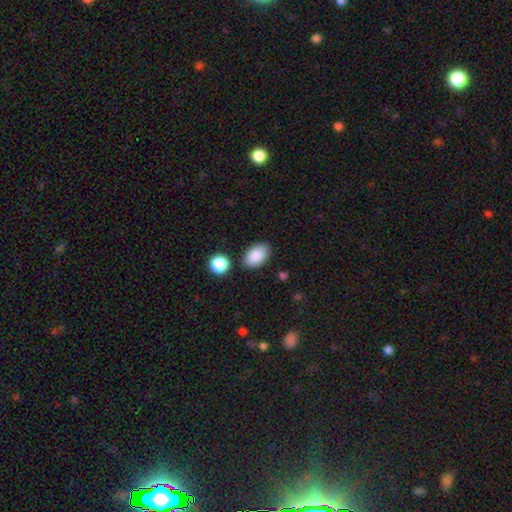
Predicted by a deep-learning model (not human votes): smooth 89%, star or artifact 7%, featured or disk 4%. Down the decision tree: how rounded — in between (92%); merging — none (82%).